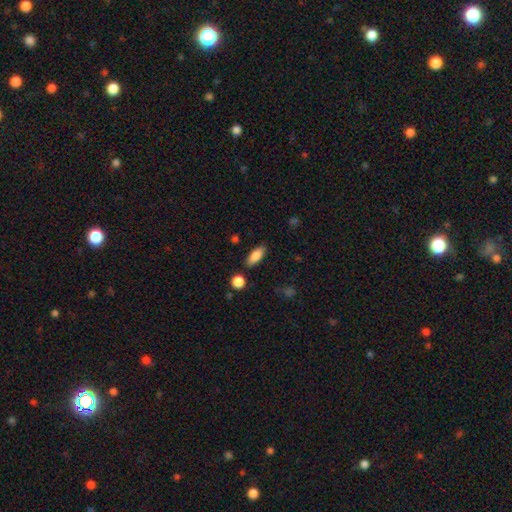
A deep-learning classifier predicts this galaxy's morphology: Q: Smooth or featured?
A: smooth (85%); runner-up: featured or disk (8%)
Q: How rounded?
A: in between (79%); runner-up: cigar-shaped (18%)
Q: Merging?
A: none (84%); runner-up: minor disturbance (10%)